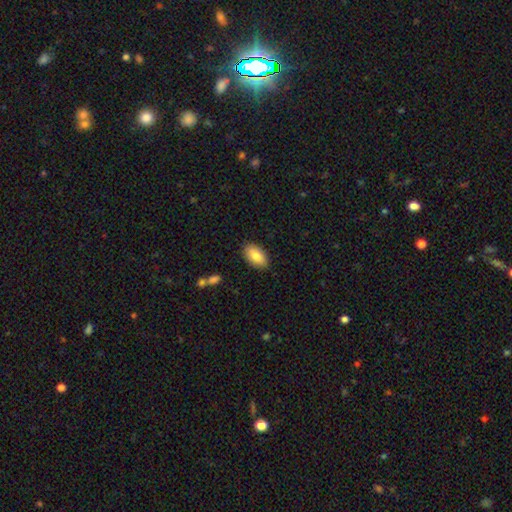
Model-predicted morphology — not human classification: smooth-or-featured: smooth: 82% | featured or disk: 11% | star or artifact: 7%
  how-rounded: in between: 94% | round: 4% | cigar-shaped: 2%
  merging: none: 88% | minor disturbance: 9% | major disturbance: 2% | merger: 1%